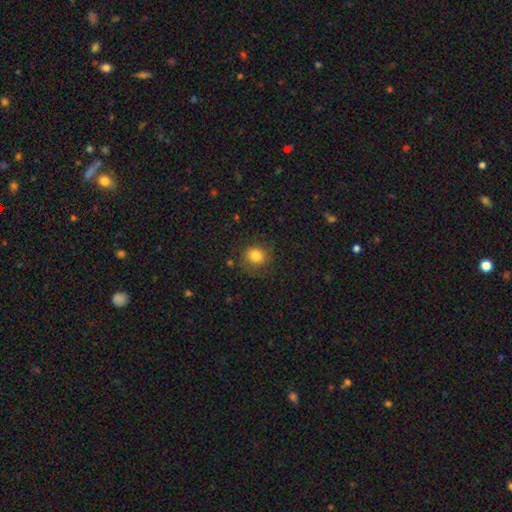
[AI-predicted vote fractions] Morphology: type=smooth (78%); roundness=round (77%); merging=none (77%).